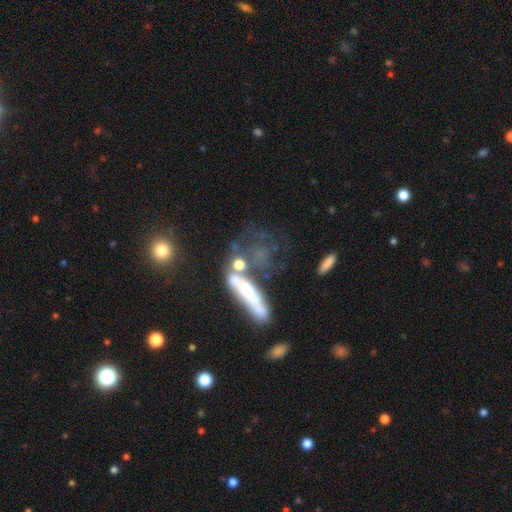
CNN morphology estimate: Smooth or featured? Predicted: featured or disk (p=0.51). Edge-on disk? Predicted: no (p=0.62). Merging? Predicted: merger (p=0.30).